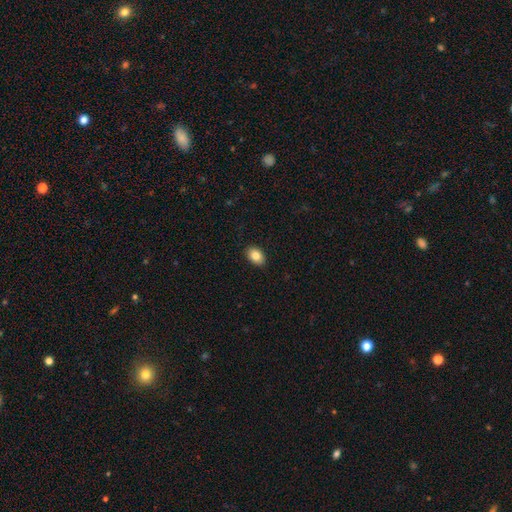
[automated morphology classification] This appears to be a smooth galaxy with no disk features (85%) that is in between round and cigar-shaped (86%). Merging: none (90%).